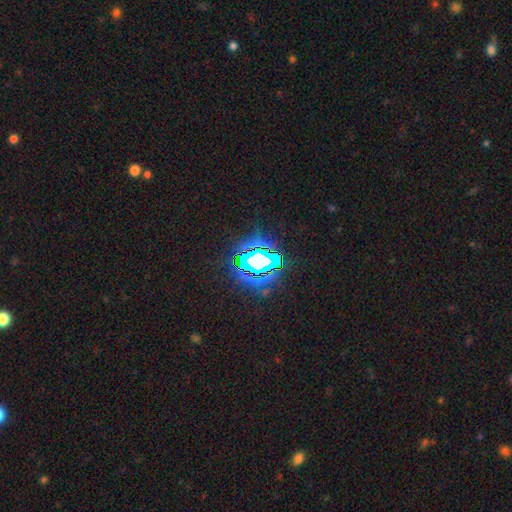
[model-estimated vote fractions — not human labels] Overall: star or artifact (73%).